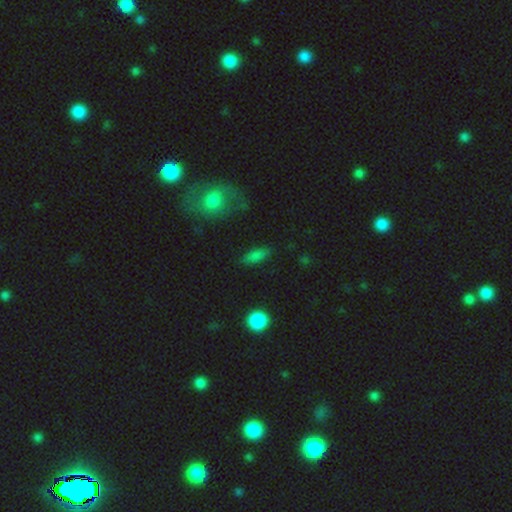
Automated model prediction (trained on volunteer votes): This is likely a smooth galaxy (77%). How rounded: likely in between (67%). Merging: clearly none (81%).